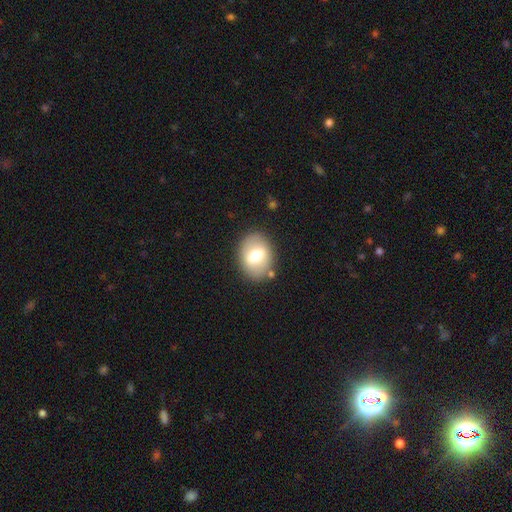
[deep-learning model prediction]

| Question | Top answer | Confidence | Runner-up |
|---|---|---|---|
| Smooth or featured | smooth | 60% | featured or disk (32%) |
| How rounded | in between | 64% | round (35%) |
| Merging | none | 83% | minor disturbance (10%) |